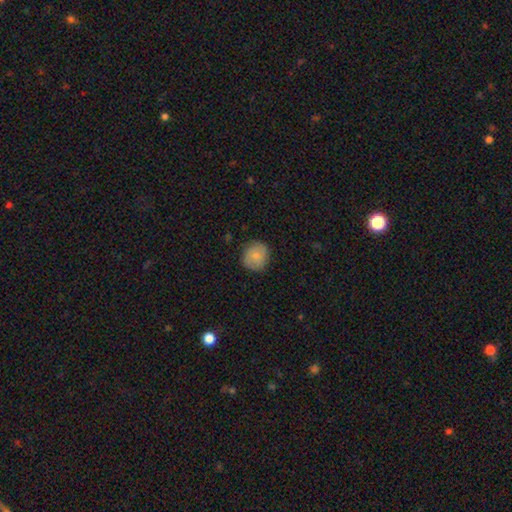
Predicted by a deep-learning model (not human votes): This appears to be a smooth galaxy with no disk features (79%) that is round (89%). Merging: none (84%).